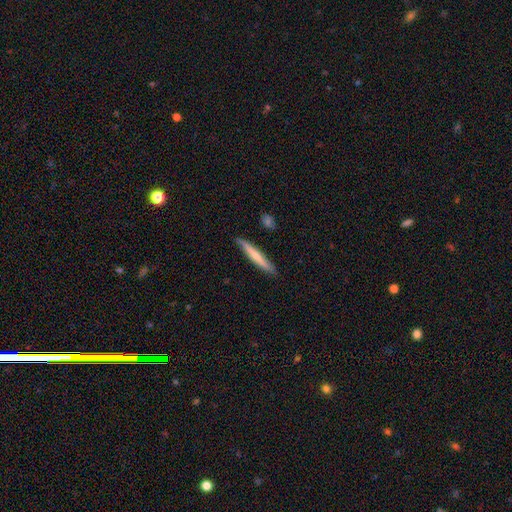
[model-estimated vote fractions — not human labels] A smooth galaxy with no disk features (54%) that is cigar-shaped (94%). Merging: none (85%).